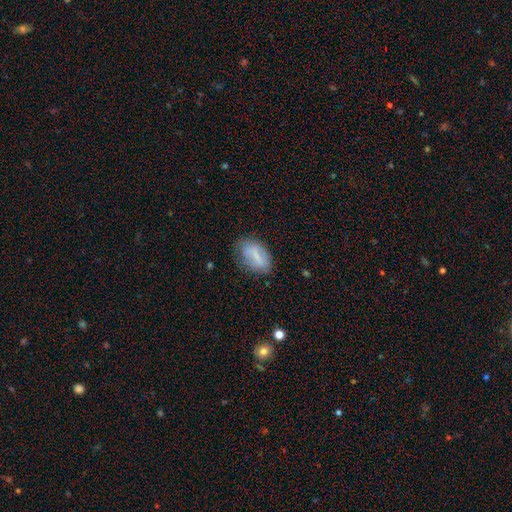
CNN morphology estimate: Smooth or featured? smooth (61%)
How rounded? in between (88%)
Merging? none (65%)